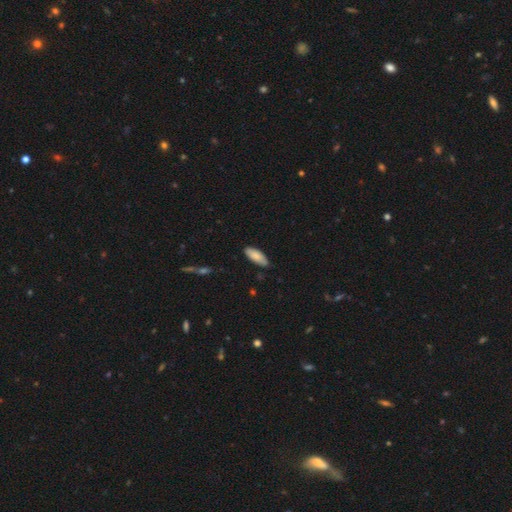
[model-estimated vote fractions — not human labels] This is clearly a smooth galaxy (84%). How rounded: likely in between (78%). Merging: clearly none (82%).